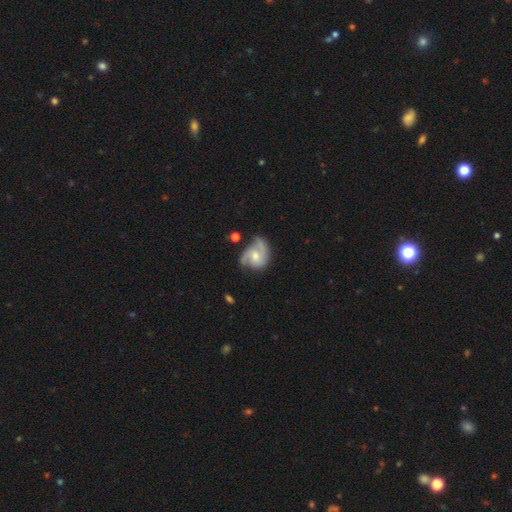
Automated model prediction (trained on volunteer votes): featured or disk 79%, smooth 15%, star or artifact 6%. Down the decision tree: edge-on disk — no (98%); bar — no (62%); spiral arms — yes (95%); spiral arm count — 2 (54%); spiral winding — medium (48%); bulge size — moderate (51%); merging — none (52%).